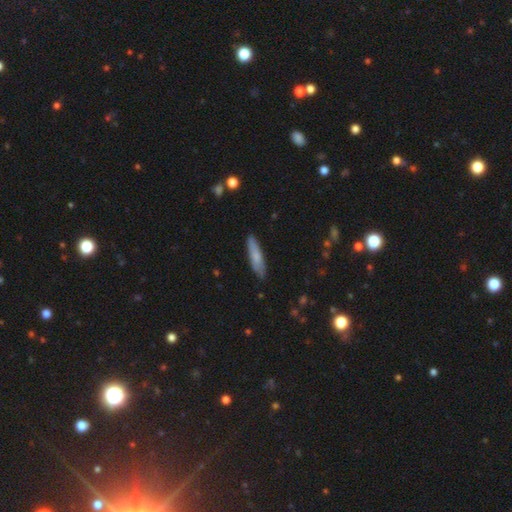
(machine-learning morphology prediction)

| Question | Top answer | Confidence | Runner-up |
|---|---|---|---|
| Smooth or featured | smooth | 74% | featured or disk (20%) |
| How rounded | cigar-shaped | 76% | in between (22%) |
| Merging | none | 84% | minor disturbance (13%) |